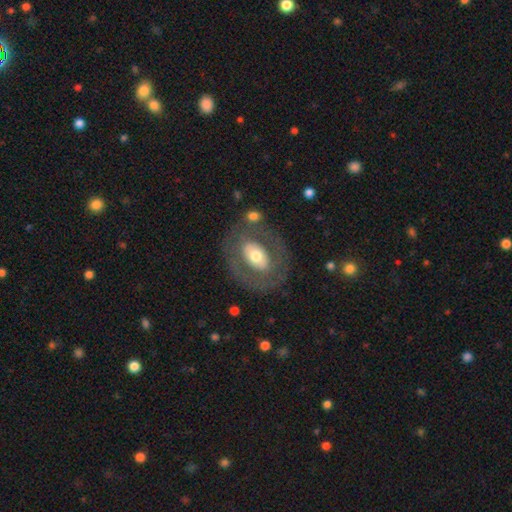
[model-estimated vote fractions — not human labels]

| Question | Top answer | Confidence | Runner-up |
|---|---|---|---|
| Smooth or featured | featured or disk | 55% | smooth (39%) |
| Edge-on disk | no | 93% | yes (7%) |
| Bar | no | 63% | weak (22%) |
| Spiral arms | no | 77% | yes (23%) |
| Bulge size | moderate | 62% | large (20%) |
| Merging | none | 72% | minor disturbance (13%) |